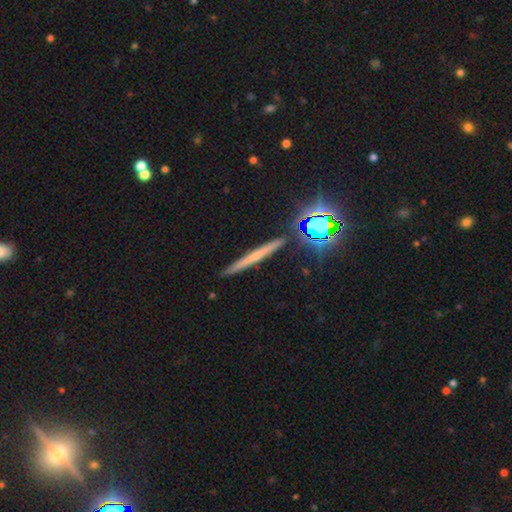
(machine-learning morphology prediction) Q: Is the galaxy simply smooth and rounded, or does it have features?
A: featured or disk — 45%.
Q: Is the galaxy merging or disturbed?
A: none — 90%.